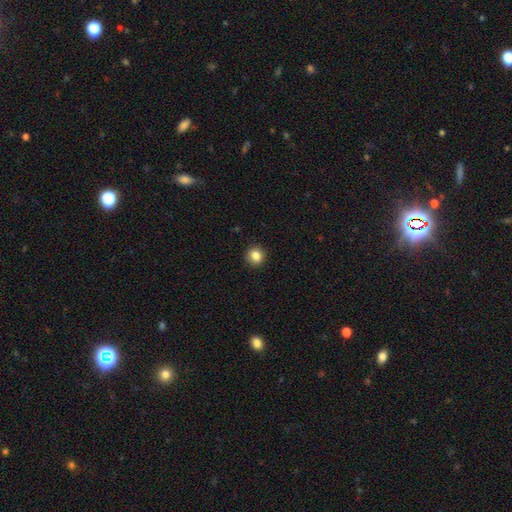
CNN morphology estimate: Smooth or featured: smooth — 85% (star or artifact — 10%)
How rounded: round — 88% (in between — 11%)
Merging: none — 91% (minor disturbance — 6%)